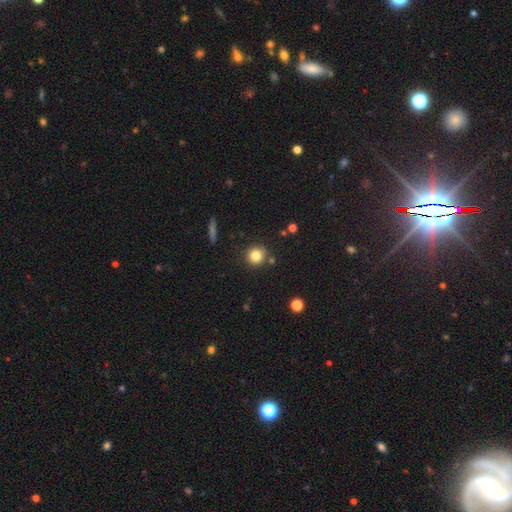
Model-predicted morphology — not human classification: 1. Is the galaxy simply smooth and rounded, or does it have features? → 81% smooth, 12% star or artifact, 7% featured or disk.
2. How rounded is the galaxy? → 92% round, 7% in between, 1% cigar-shaped.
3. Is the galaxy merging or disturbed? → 84% none, 8% minor disturbance, 6% merger, 2% major disturbance.